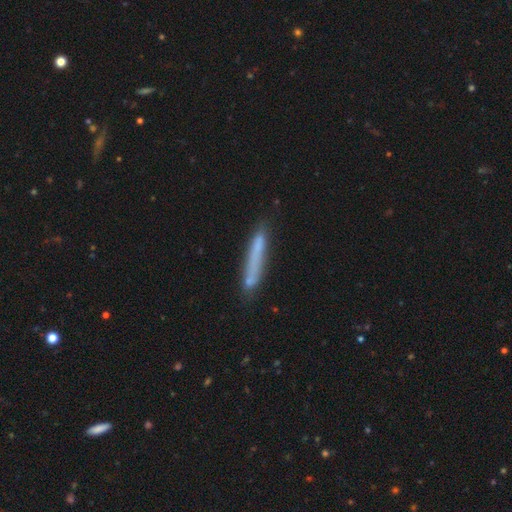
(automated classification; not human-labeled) Morphology: type=smooth (65%); roundness=cigar-shaped (95%); merging=none (77%).